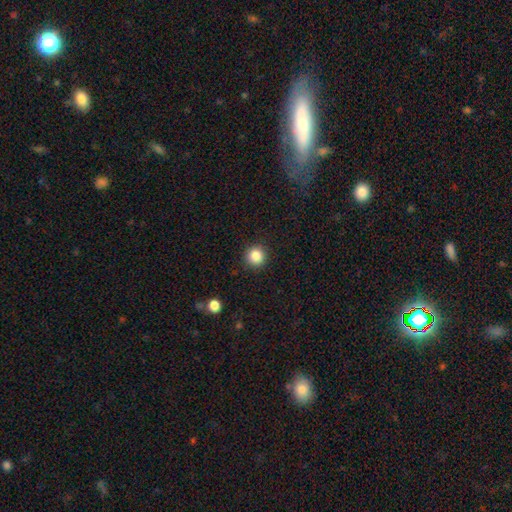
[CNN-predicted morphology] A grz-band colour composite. It shows a smooth galaxy with no disk features (86%) that is round (94%). Merging: none (91%).